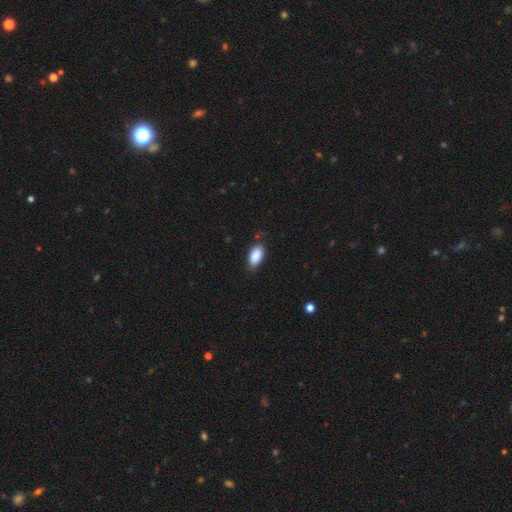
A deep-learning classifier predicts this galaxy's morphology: smooth-or-featured: smooth: 89% | star or artifact: 7% | featured or disk: 5%
  how-rounded: in between: 93% | cigar-shaped: 4% | round: 3%
  merging: none: 76% | minor disturbance: 19% | major disturbance: 4% | merger: 1%